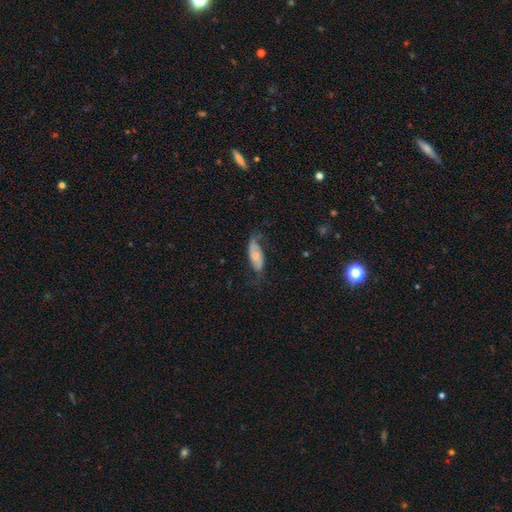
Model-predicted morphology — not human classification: Overall: featured or disk (51%; smooth 42%). Edge-on disk: no (89%). Merging: none (53%; minor disturbance 27%).